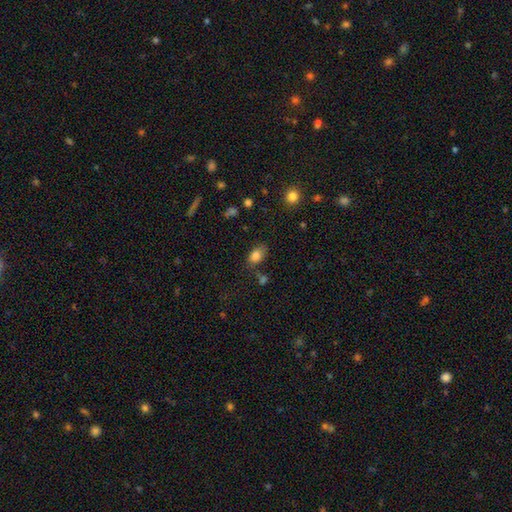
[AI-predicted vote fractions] Smooth or featured? smooth (83%)
How rounded? in between (85%)
Merging? none (68%)